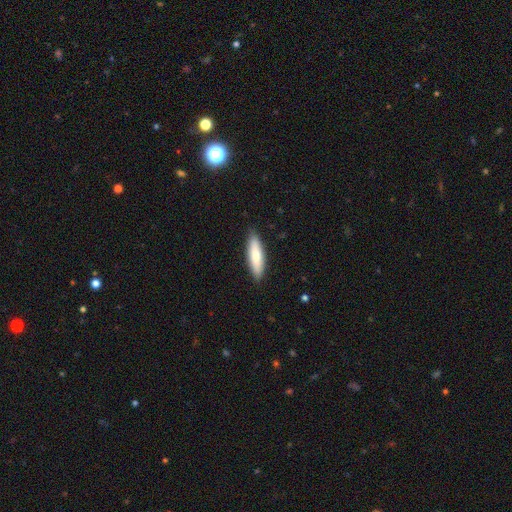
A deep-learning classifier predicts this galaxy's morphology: type=smooth (74%); roundness=cigar-shaped (63%); merging=none (87%).